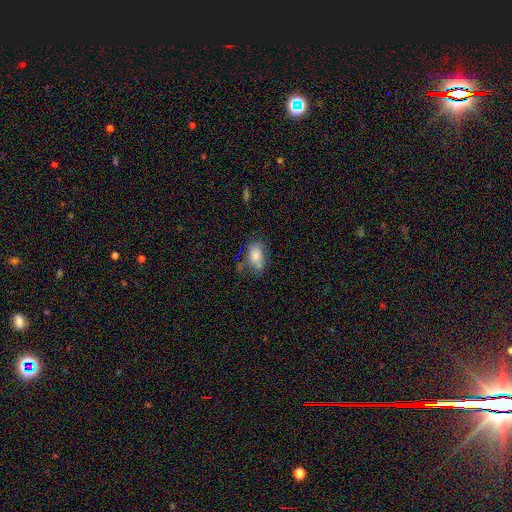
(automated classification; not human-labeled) This appears to be a smooth galaxy with no disk features (75%) that is in between round and cigar-shaped (89%). Merging: none (49%).